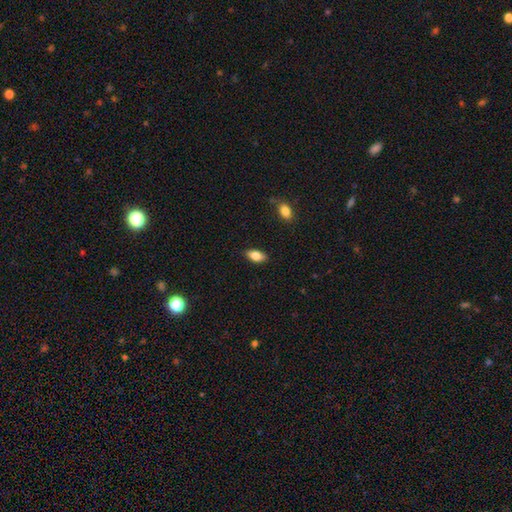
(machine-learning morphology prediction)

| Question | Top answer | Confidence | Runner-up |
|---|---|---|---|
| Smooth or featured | smooth | 81% | featured or disk (12%) |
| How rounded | in between | 89% | cigar-shaped (7%) |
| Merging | none | 86% | minor disturbance (11%) |